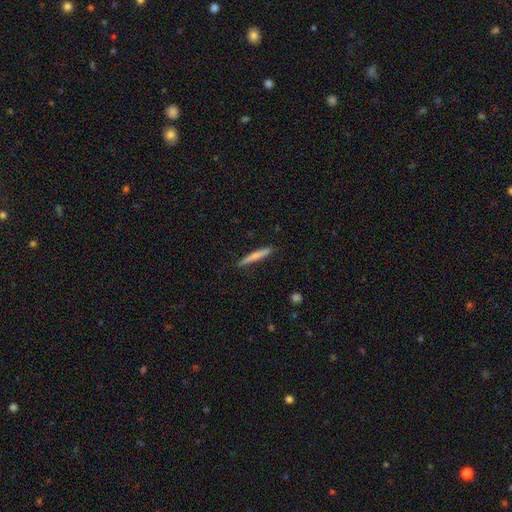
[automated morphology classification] A smooth galaxy with no disk features (59%) that is cigar-shaped (95%).

Vote fractions:
- Smooth or featured? smooth: 59% / featured or disk: 35% / star or artifact: 6%
- How rounded? cigar-shaped: 95% / in between: 4% / round: 1%
- Merging? none: 87% / minor disturbance: 10% / major disturbance: 2% / merger: 1%